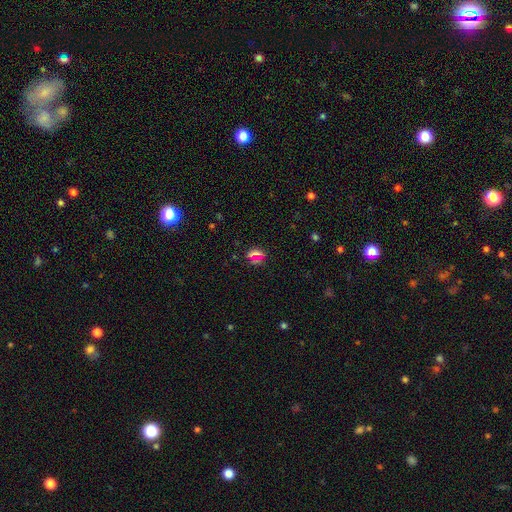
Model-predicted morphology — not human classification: Smooth or featured: smooth — 50% (star or artifact — 37%)
How rounded: round — 54% (in between — 35%)
Merging: none — 75% (minor disturbance — 12%)